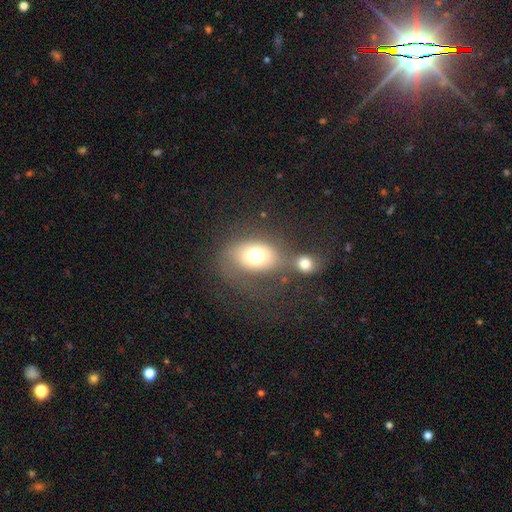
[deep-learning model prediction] Morphology: type=smooth (69%); roundness=in between (68%); merging=none (34%, tied with merger).